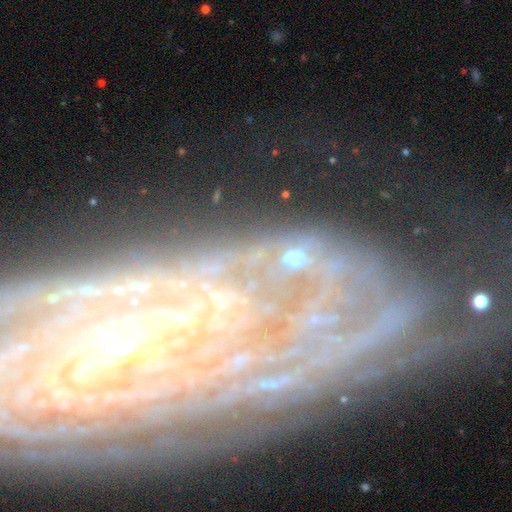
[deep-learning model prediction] A featured or disk galaxy (49%). Merging: none (50%).